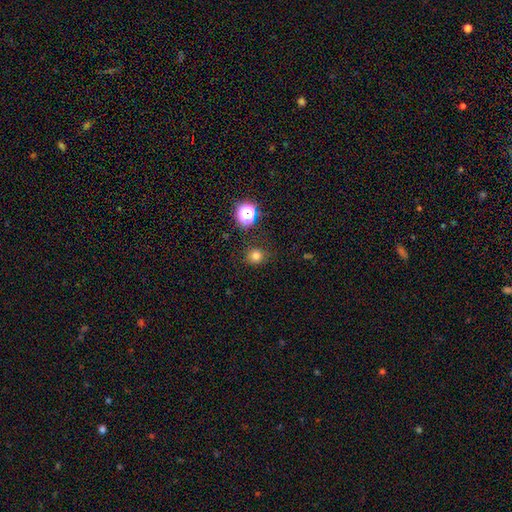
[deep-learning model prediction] Q: Smooth or featured?
A: smooth (78%); runner-up: star or artifact (17%)
Q: How rounded?
A: round (89%); runner-up: in between (10%)
Q: Merging?
A: none (85%); runner-up: minor disturbance (10%)